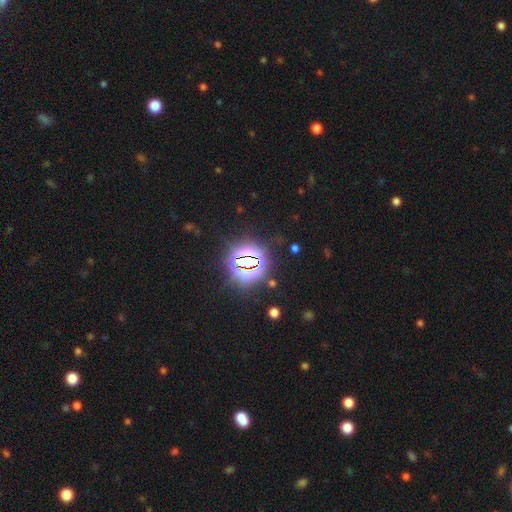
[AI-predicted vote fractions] A star or artifact, not a galaxy (83%).